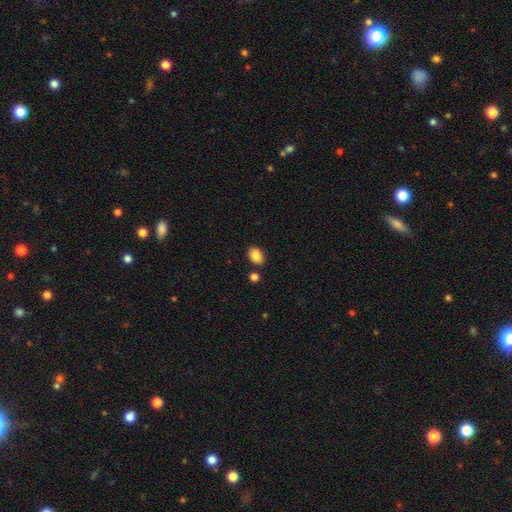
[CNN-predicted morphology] smooth_or_featured: smooth (p=0.87) [alt: star or artifact p=0.09]
how_rounded: in between (p=0.75) [alt: round p=0.23]
merging: none (p=0.79) [alt: minor disturbance p=0.12]